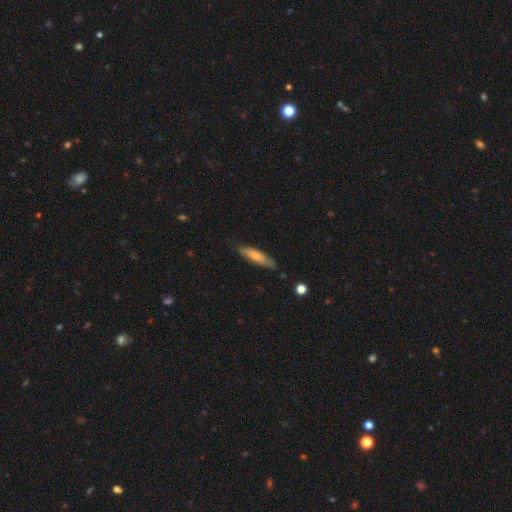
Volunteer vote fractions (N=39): smooth_or_featured: smooth (p=0.82) [alt: featured or disk p=0.15]
how_rounded: in between (p=0.53) [alt: cigar-shaped p=0.47]
merging: none (p=0.76) [alt: minor disturbance p=0.21]